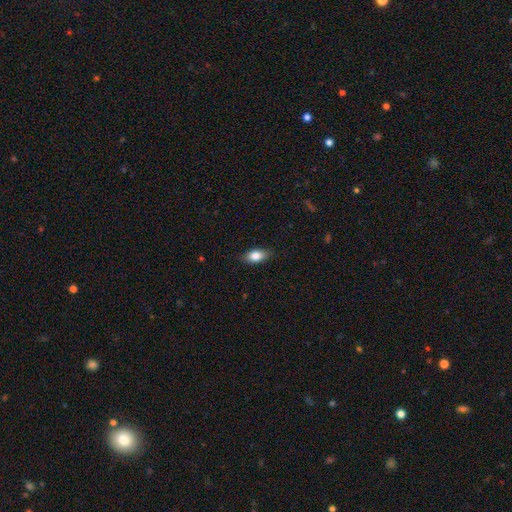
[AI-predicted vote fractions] A smooth galaxy with no disk features (81%) that is in between round and cigar-shaped (86%). Merging: none (84%).